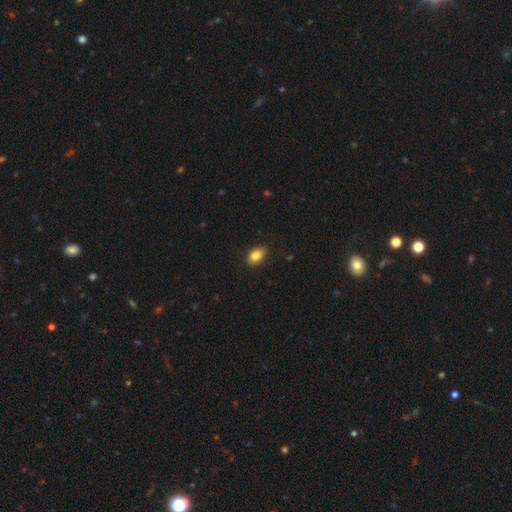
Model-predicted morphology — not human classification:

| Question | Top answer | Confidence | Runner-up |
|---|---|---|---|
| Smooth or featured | smooth | 83% | star or artifact (8%) |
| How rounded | in between | 86% | round (13%) |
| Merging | none | 88% | minor disturbance (9%) |